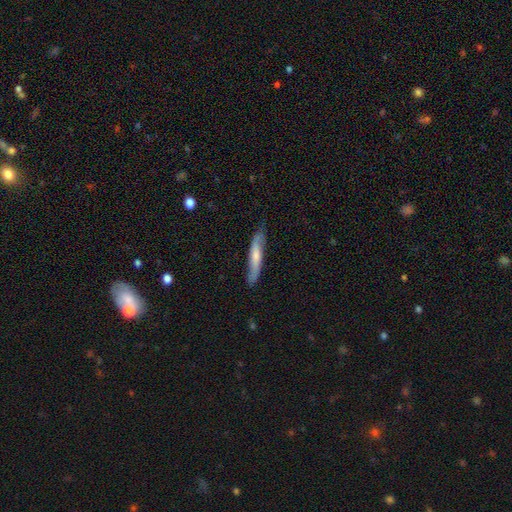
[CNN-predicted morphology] smooth 48%, featured or disk 47%, star or artifact 5%. Down the decision tree: merging — none (77%).